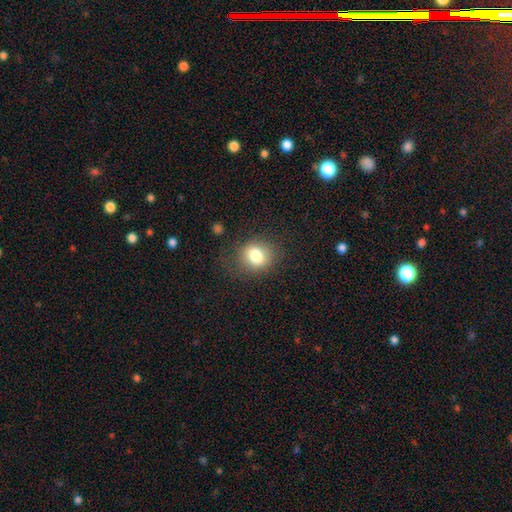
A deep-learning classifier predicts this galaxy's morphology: This is likely a smooth galaxy (80%). How rounded: likely round (65%). Merging: likely none (76%).